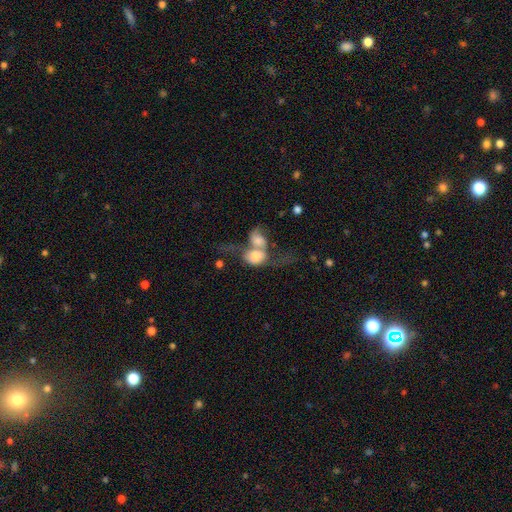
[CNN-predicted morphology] Q: Smooth or featured?
A: smooth (56%); runner-up: featured or disk (36%)
Q: How rounded?
A: in between (51%); runner-up: round (47%)
Q: Merging?
A: merger (79%); runner-up: major disturbance (10%)